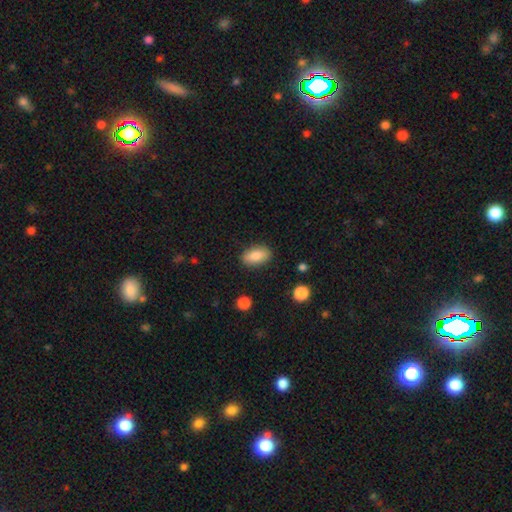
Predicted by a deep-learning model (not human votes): Q: Smooth or featured?
A: smooth (84%); runner-up: featured or disk (9%)
Q: How rounded?
A: in between (90%); runner-up: round (6%)
Q: Merging?
A: none (85%); runner-up: minor disturbance (11%)